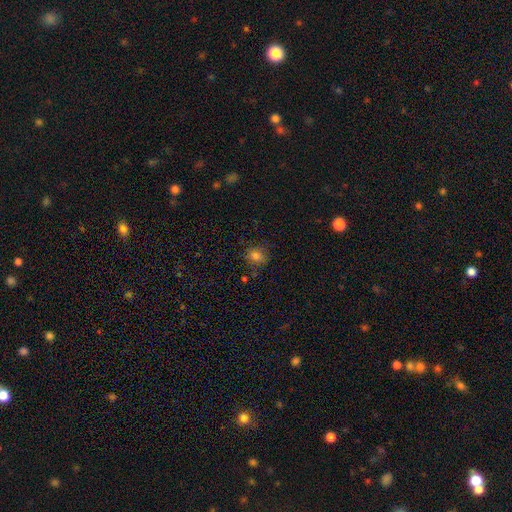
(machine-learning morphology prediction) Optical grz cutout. It shows a smooth galaxy with no disk features (77%) that is round (67%). Merging: none (77%).